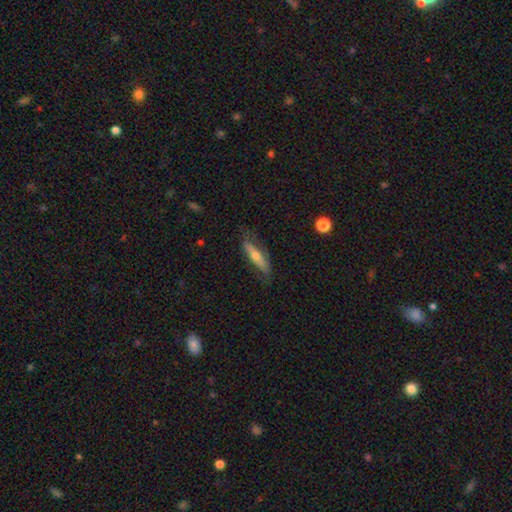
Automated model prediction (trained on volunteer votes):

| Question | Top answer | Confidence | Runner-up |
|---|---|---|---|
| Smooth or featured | featured or disk | 51% | smooth (43%) |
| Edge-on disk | yes | 72% | no (28%) |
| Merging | none | 70% | minor disturbance (21%) |